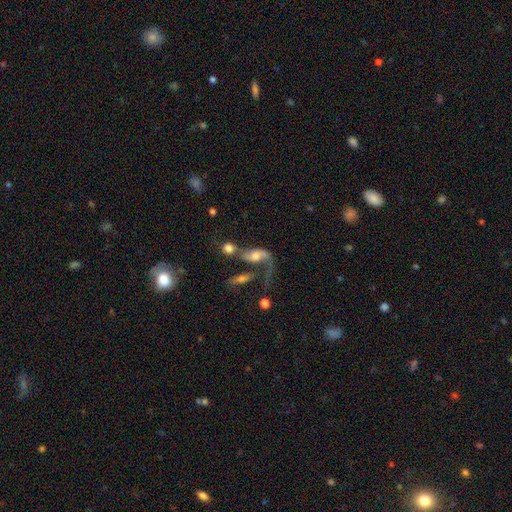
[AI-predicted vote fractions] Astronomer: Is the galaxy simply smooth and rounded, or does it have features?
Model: featured or disk — 58%.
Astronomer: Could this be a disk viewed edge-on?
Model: no — 91%.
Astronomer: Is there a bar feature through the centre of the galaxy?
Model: no — 63%.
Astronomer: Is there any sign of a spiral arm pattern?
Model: yes — 76%.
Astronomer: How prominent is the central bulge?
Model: moderate — 55%.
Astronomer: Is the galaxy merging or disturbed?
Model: merger — 47% (runner-up: major disturbance, 28%).